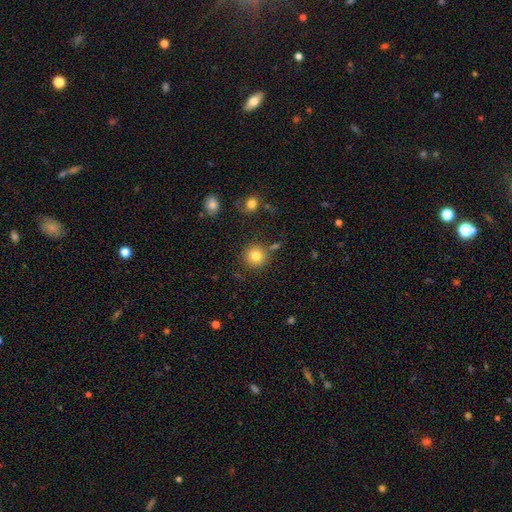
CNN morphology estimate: The model was most divided on "smooth or featured": smooth: 81%, star or artifact: 11%, featured or disk: 8%. More confident: how rounded — round (94%); merging — none (81%).